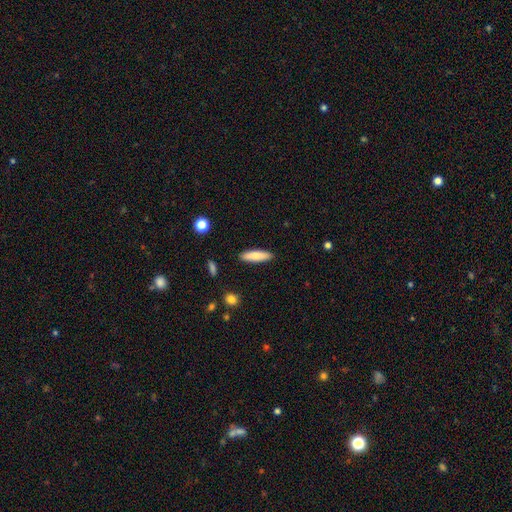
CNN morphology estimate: Q: Smooth or featured?
A: smooth (78%); runner-up: featured or disk (15%)
Q: How rounded?
A: cigar-shaped (72%); runner-up: in between (26%)
Q: Merging?
A: none (89%); runner-up: minor disturbance (7%)